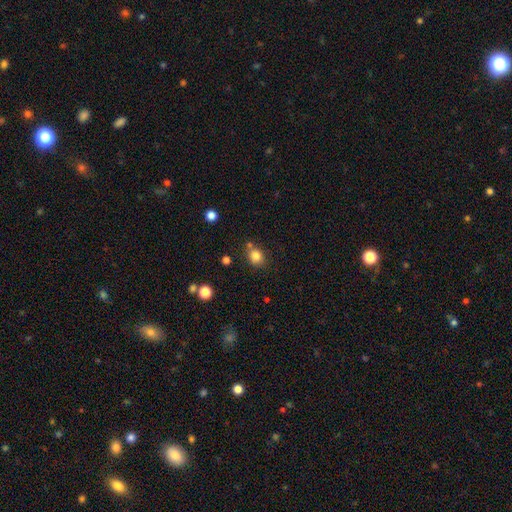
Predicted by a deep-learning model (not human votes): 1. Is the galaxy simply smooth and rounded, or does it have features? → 82% smooth, 12% star or artifact, 6% featured or disk.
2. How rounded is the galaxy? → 71% round, 28% in between, 1% cigar-shaped.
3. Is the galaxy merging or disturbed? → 67% none, 15% merger, 14% minor disturbance, 4% major disturbance.